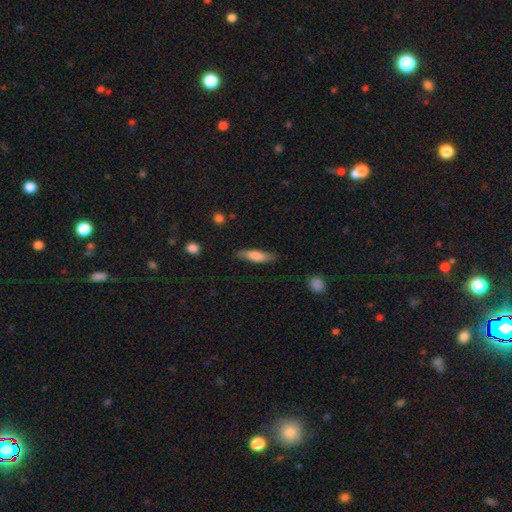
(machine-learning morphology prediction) Smooth or featured? Predicted: smooth (p=0.78). How rounded? Predicted: cigar-shaped (p=0.62). Merging? Predicted: none (p=0.79).